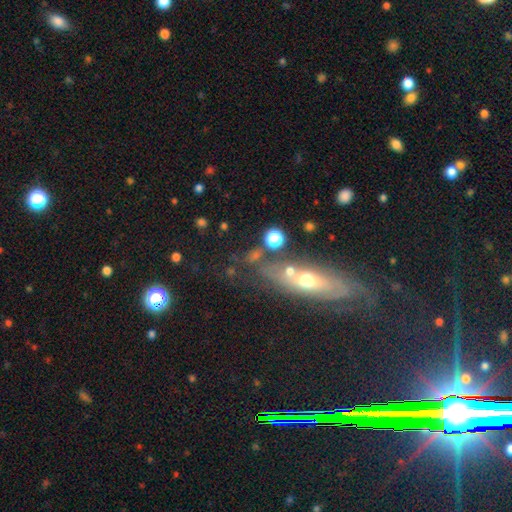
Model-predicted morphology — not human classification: type=smooth (52%); roundness=round (40%); merging=none (60%).